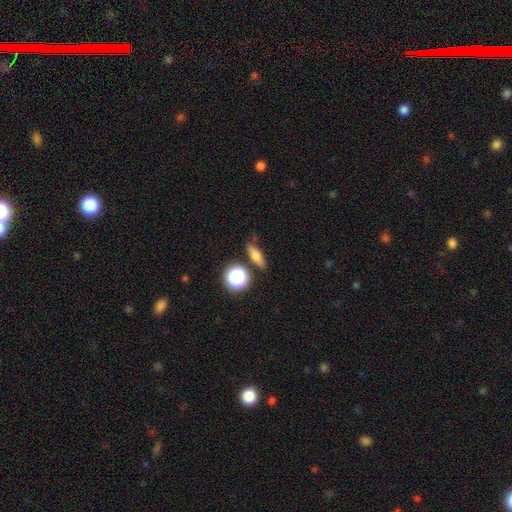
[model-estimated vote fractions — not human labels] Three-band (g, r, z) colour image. It shows a smooth galaxy with no disk features (71%) that is in between round and cigar-shaped (43%). Merging: none (80%).